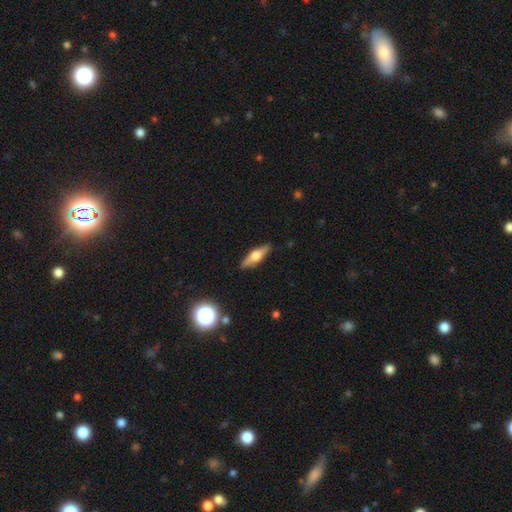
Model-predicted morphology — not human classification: smooth-or-featured: featured or disk: 60% | smooth: 34% | star or artifact: 7%
  disk-edge-on: yes: 95% | no: 5%
    edge-on-bulge: rounded: 93% | boxy: 5% | none: 2%
  merging: none: 89% | minor disturbance: 8% | major disturbance: 2% | merger: 1%